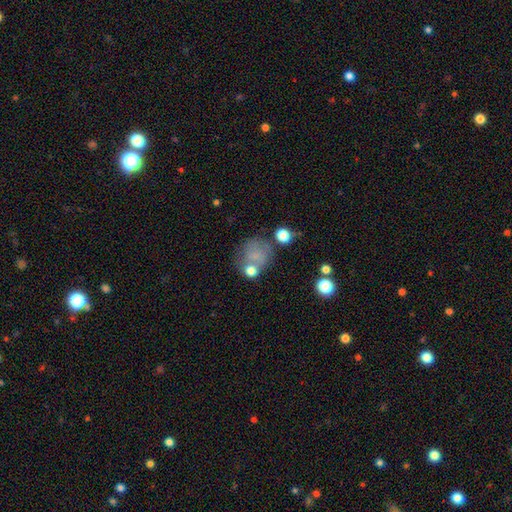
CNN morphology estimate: Smooth or featured?
  - smooth: 65% *
  - featured or disk: 20%
  - star or artifact: 14%
How rounded?
  - round: 74% *
  - in between: 25%
  - cigar-shaped: 1%
Merging?
  - none: 48% *
  - minor disturbance: 20%
  - major disturbance: 16%
  - merger: 16%